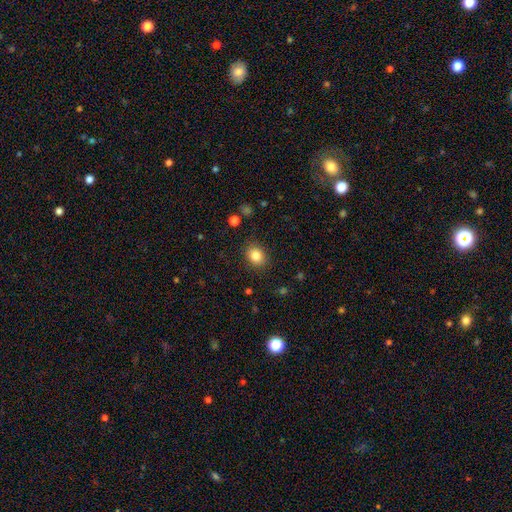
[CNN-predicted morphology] Smooth or featured?
  - smooth: 84% *
  - star or artifact: 10%
  - featured or disk: 6%
How rounded?
  - round: 58% *
  - in between: 42%
  - cigar-shaped: 1%
Merging?
  - none: 86% *
  - minor disturbance: 9%
  - major disturbance: 3%
  - merger: 1%